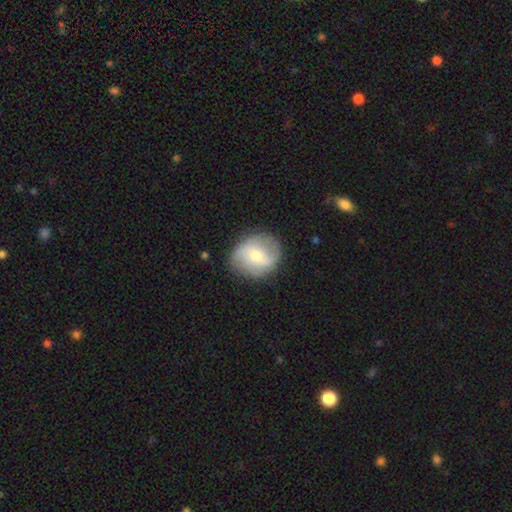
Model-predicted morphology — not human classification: featured or disk 49%, smooth 44%, star or artifact 7%. Down the decision tree: merging — none (77%).